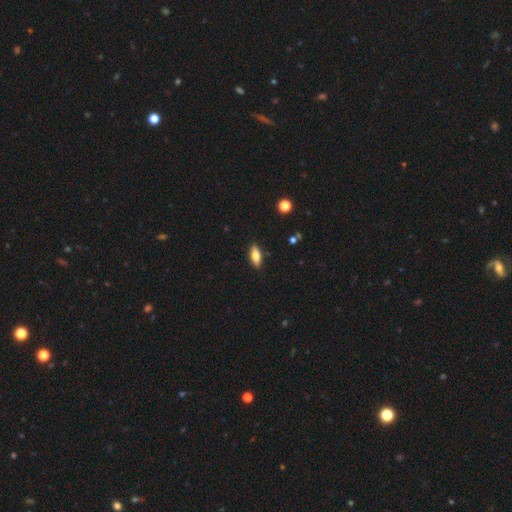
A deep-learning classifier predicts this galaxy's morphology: type=smooth (73%); roundness=in between (78%); merging=none (88%).